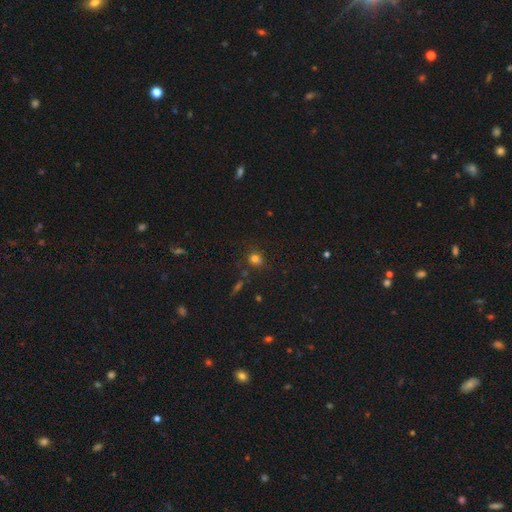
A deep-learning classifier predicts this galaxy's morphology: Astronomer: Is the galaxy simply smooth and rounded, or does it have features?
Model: smooth — 75%.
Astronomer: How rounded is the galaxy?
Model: round — 73%.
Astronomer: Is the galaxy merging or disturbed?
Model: none — 78%.